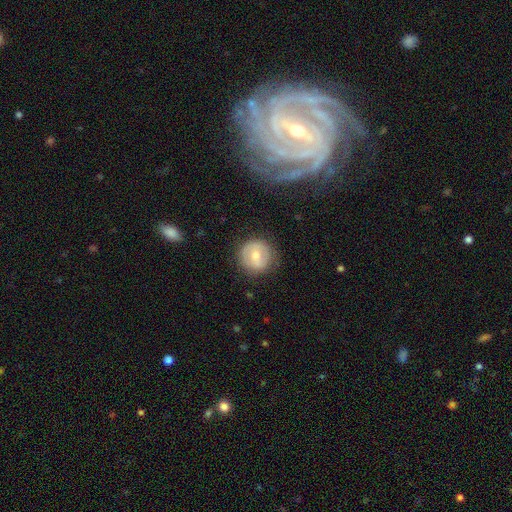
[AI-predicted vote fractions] Smooth or featured? Predicted: smooth (p=0.52). How rounded? Predicted: round (p=0.92). Merging? Predicted: none (p=0.82).